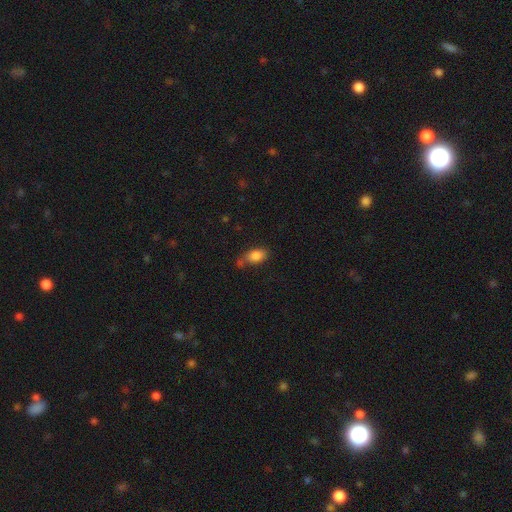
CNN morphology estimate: This appears to be a smooth galaxy with no disk features (83%) that is in between round and cigar-shaped (88%). Merging: none (54%).